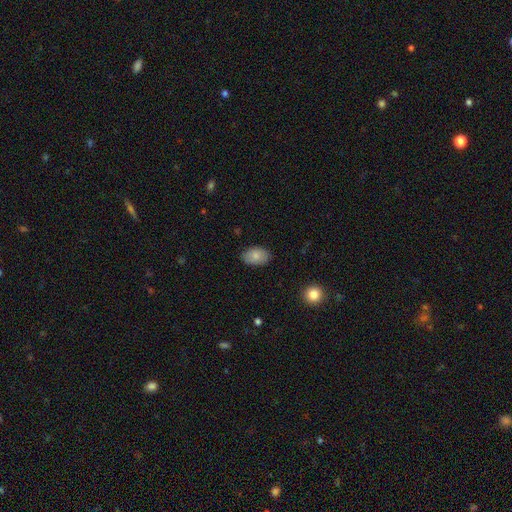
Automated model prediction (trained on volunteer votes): This appears to be a smooth galaxy with no disk features (81%) that is in between round and cigar-shaped (90%). Merging: none (84%).